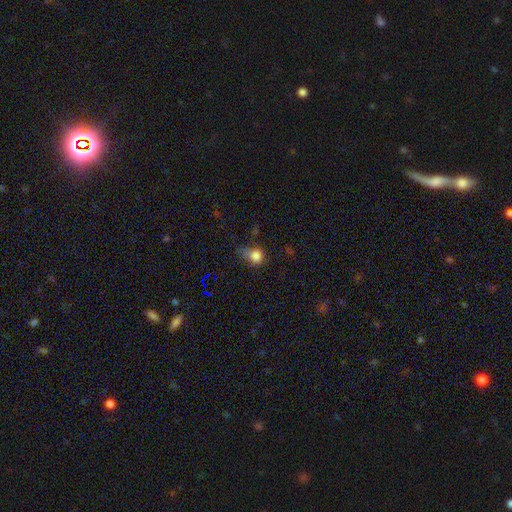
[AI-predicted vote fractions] A smooth galaxy with no disk features (79%) that is round (69%).

Vote fractions:
- Smooth or featured? smooth: 79% / star or artifact: 13% / featured or disk: 8%
- How rounded? round: 69% / in between: 29% / cigar-shaped: 2%
- Merging? none: 40% / minor disturbance: 37% / major disturbance: 19% / merger: 4%